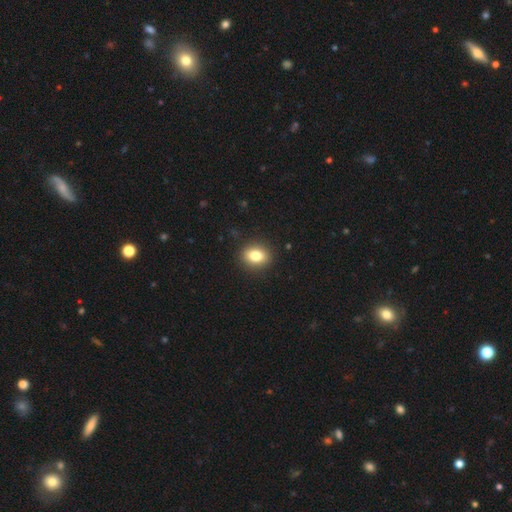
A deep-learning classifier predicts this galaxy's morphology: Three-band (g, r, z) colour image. It shows a smooth galaxy with no disk features (80%) that is in between round and cigar-shaped (51%). Merging: none (90%).